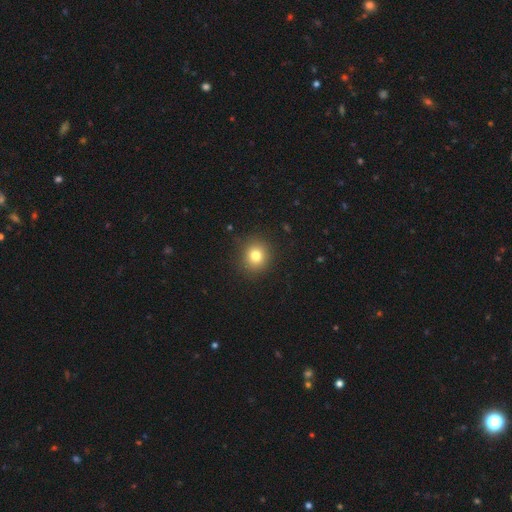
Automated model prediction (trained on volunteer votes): This appears to be a smooth galaxy with no disk features (80%) that is round (85%). Merging: none (89%).